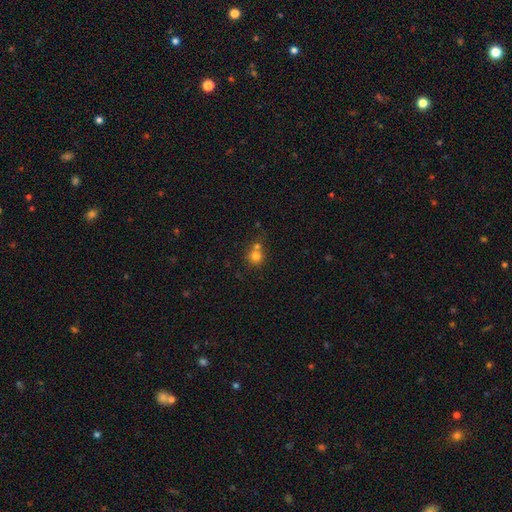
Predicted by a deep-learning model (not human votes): A smooth galaxy with no disk features (77%) that is round (88%). Merging: none (46%).